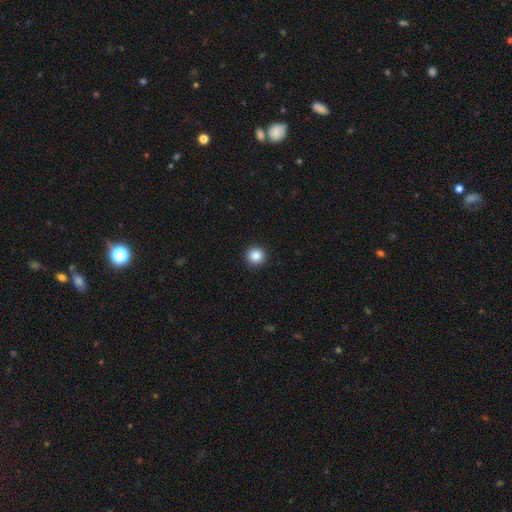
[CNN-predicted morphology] smooth-or-featured: smooth: 86% | star or artifact: 10% | featured or disk: 4%
  how-rounded: round: 96% | in between: 3% | cigar-shaped: 1%
  merging: none: 94% | minor disturbance: 4% | major disturbance: 1% | merger: 1%